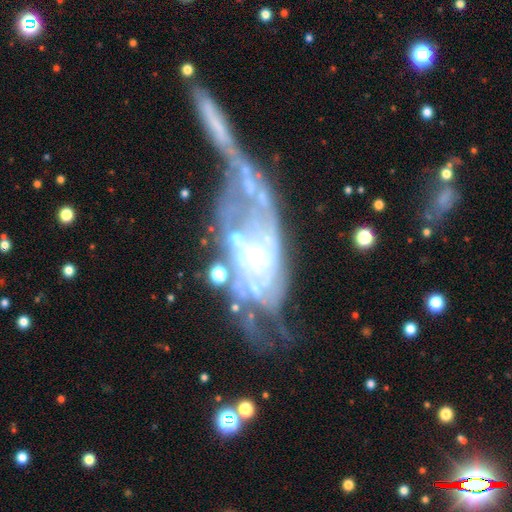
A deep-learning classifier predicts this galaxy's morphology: smooth-or-featured: featured or disk: 79% | smooth: 12% | star or artifact: 9%
  disk-edge-on: no: 93% | yes: 7%
    bar: no: 70% | weak: 22% | strong: 8%
    has-spiral-arms: yes: 72% | no: 28%
      spiral-winding: tight: 45% | medium: 31% | loose: 23%
      spiral-arm-count: can't tell: 50% | 2: 24% | 1: 8% | 3: 8% | 4: 5% | more than 4: 4%
    bulge-size: small: 47% | moderate: 37% | none: 10% | large: 5% | dominant: 2%
  merging: merger: 33% (tied) | major disturbance: 33% (tied) | none: 20% | minor disturbance: 15%